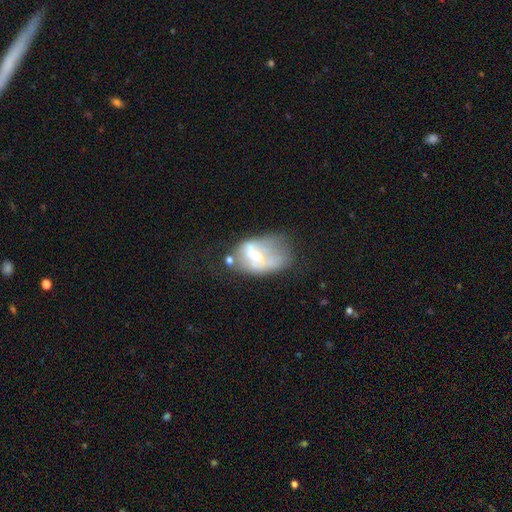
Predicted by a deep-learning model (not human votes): smooth-or-featured: featured or disk: 53% | smooth: 38% | star or artifact: 9%
  disk-edge-on: no: 95% | yes: 5%
    bar: no: 53% | weak: 34% | strong: 13%
    has-spiral-arms: no: 73% | yes: 27%
    bulge-size: moderate: 56% | small: 32% | large: 6% | none: 4% | dominant: 1%
  merging: major disturbance: 30% | none: 27% | minor disturbance: 26% | merger: 18%